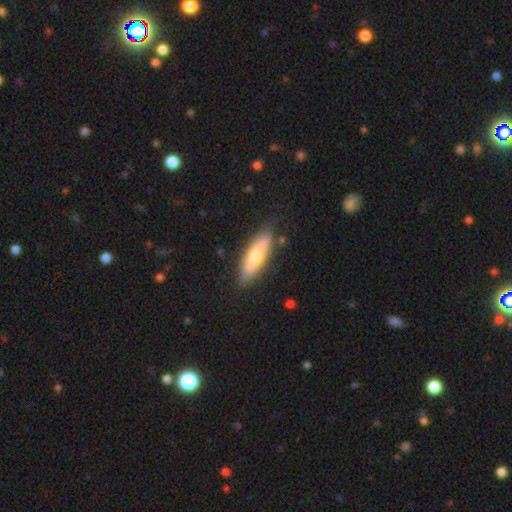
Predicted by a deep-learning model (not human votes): Morphology: type=smooth (58%); roundness=cigar-shaped (57%); merging=none (81%).